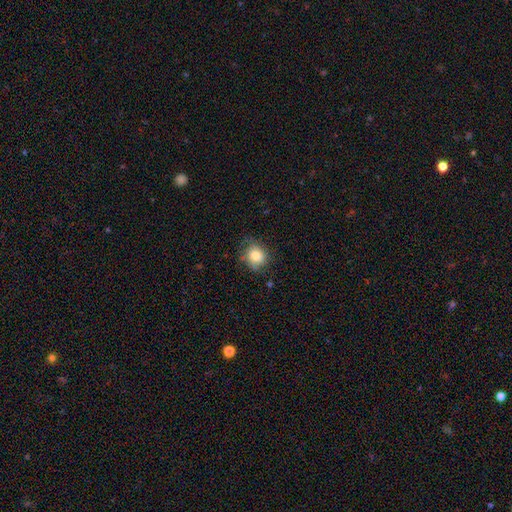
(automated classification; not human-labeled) This appears to be a smooth galaxy with no disk features (76%) that is round (71%). Merging: none (68%).